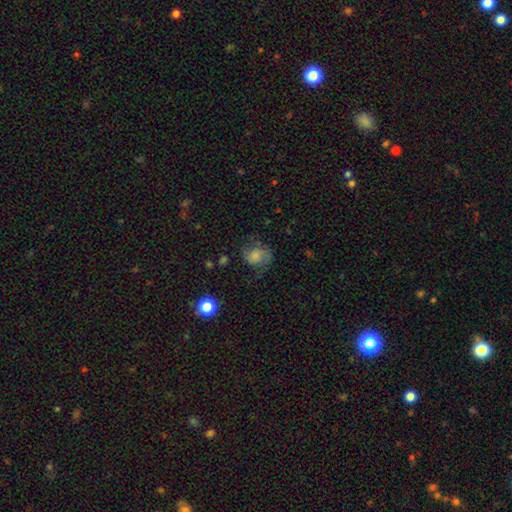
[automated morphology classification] This appears to be a smooth galaxy with no disk features (47%). Merging: none (54%).